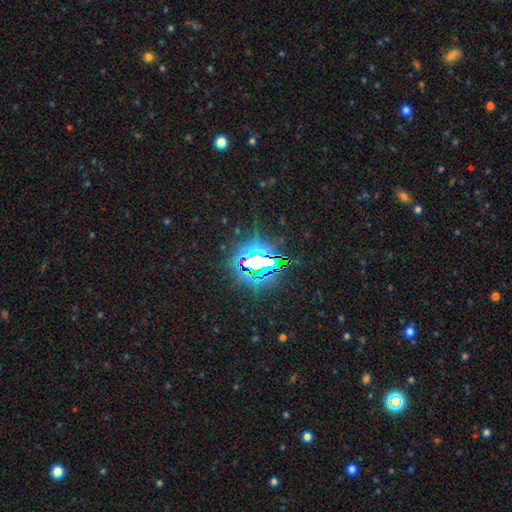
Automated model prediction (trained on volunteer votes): This is likely a star or artifact rather than a galaxy (78%).